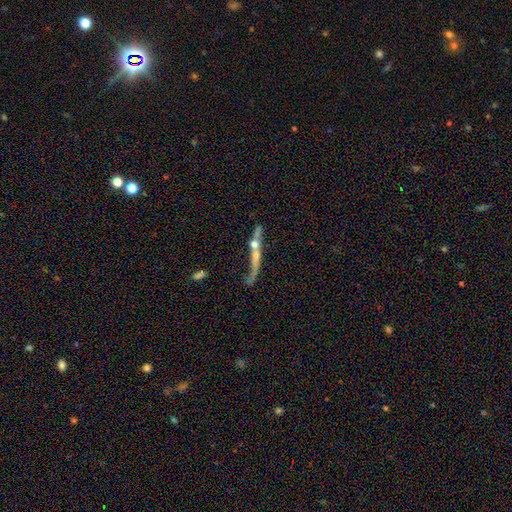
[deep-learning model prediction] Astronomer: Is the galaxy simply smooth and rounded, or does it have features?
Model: featured or disk — 63%.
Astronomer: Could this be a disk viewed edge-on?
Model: yes — 68%.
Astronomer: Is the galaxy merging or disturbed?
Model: none — 35% (runner-up: merger, 32%).